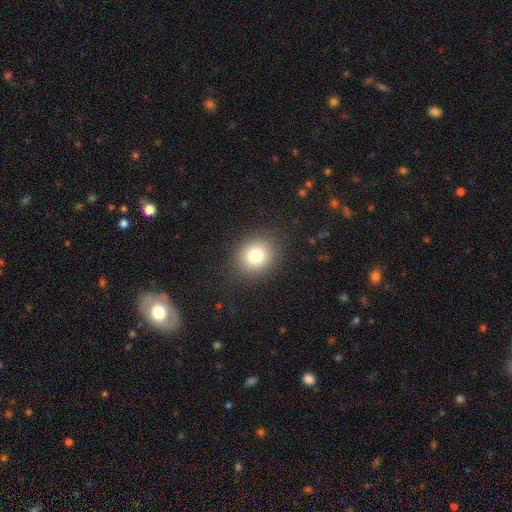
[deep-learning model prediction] A smooth galaxy with no disk features (79%) that is round (76%).

Vote fractions:
- Smooth or featured? smooth: 79% / star or artifact: 12% / featured or disk: 9%
- How rounded? round: 76% / in between: 24% / cigar-shaped: 1%
- Merging? none: 88% / minor disturbance: 8% / major disturbance: 3% / merger: 1%